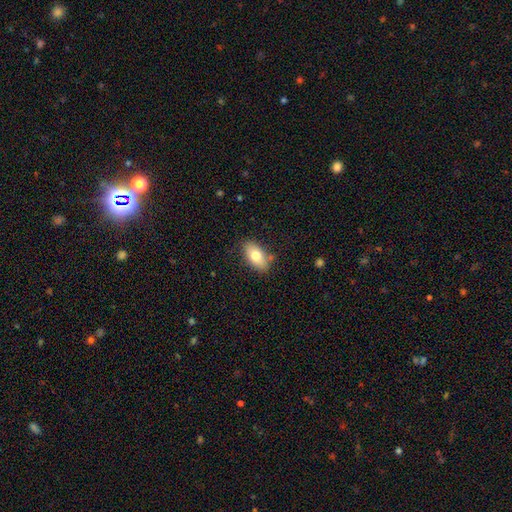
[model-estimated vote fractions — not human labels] Q: Smooth or featured?
A: smooth (75%); runner-up: featured or disk (18%)
Q: How rounded?
A: in between (91%); runner-up: round (5%)
Q: Merging?
A: none (80%); runner-up: minor disturbance (14%)